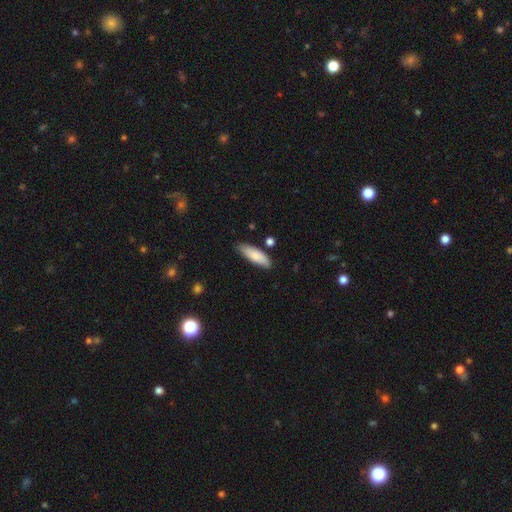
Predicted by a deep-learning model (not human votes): This appears to be a smooth galaxy with no disk features (84%) that is in between round and cigar-shaped (53%). Merging: none (79%).